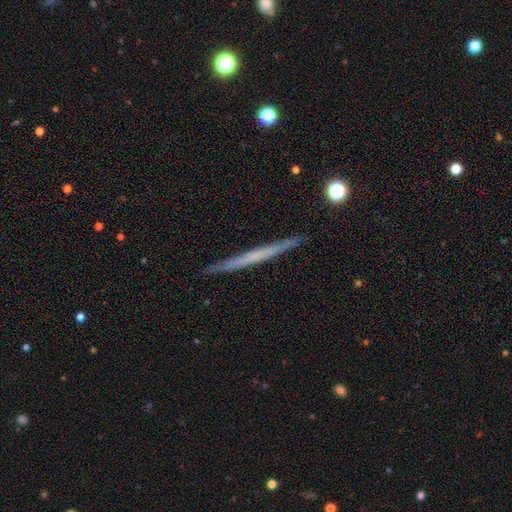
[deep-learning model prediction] This is possibly a featured or disk galaxy (55%). It is clearly viewed edge-on (97%). Edge-on bulge: clearly none (90%). Merging: clearly none (91%).